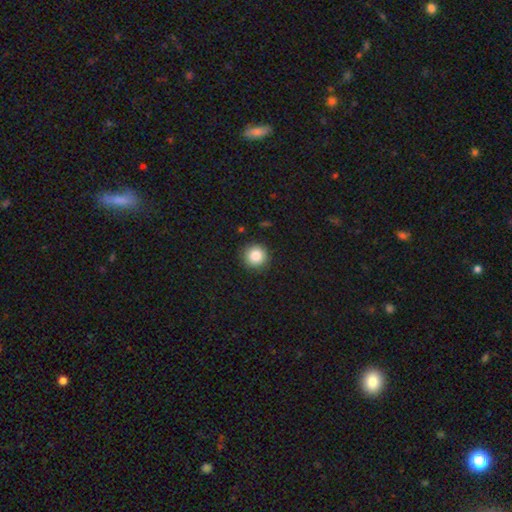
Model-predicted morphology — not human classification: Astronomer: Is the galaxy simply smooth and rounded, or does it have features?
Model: smooth — 85%.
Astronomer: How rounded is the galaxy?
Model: round — 95%.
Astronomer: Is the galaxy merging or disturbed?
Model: none — 91%.